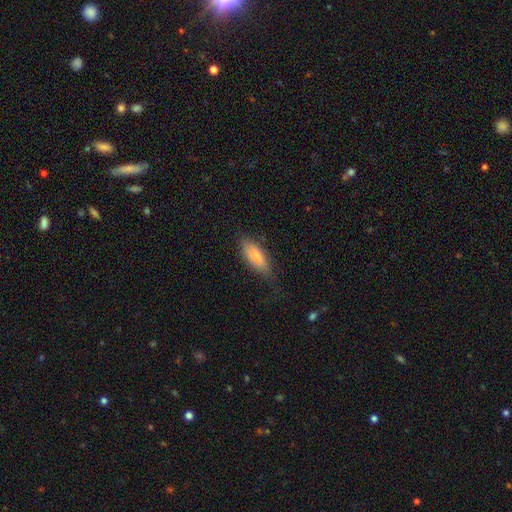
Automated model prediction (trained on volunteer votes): smooth_or_featured: smooth (p=0.74) [alt: featured or disk p=0.20]
how_rounded: in between (p=0.69) [alt: cigar-shaped p=0.29]
merging: none (p=0.70) [alt: minor disturbance p=0.22]